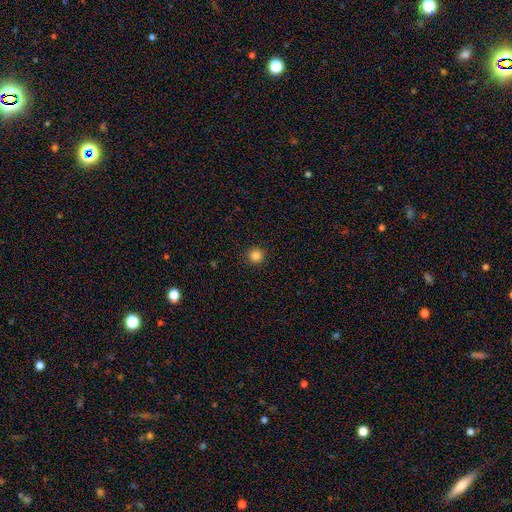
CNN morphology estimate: Q: Smooth or featured?
A: smooth (84%); runner-up: star or artifact (12%)
Q: How rounded?
A: round (95%); runner-up: in between (4%)
Q: Merging?
A: none (92%); runner-up: minor disturbance (5%)